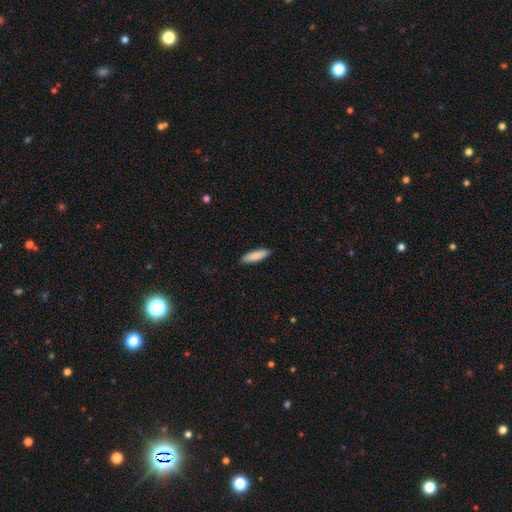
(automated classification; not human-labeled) Smooth or featured? Predicted: smooth (p=0.87). How rounded? Predicted: cigar-shaped (p=0.67). Merging? Predicted: none (p=0.88).